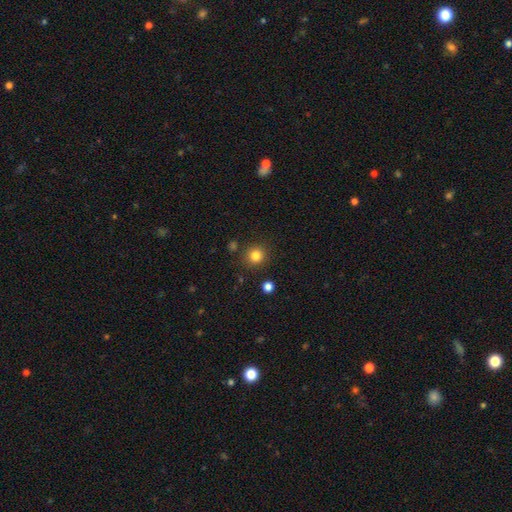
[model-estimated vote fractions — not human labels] Smooth or featured: smooth — 82% (star or artifact — 13%)
How rounded: round — 93% (in between — 6%)
Merging: none — 88% (minor disturbance — 7%)